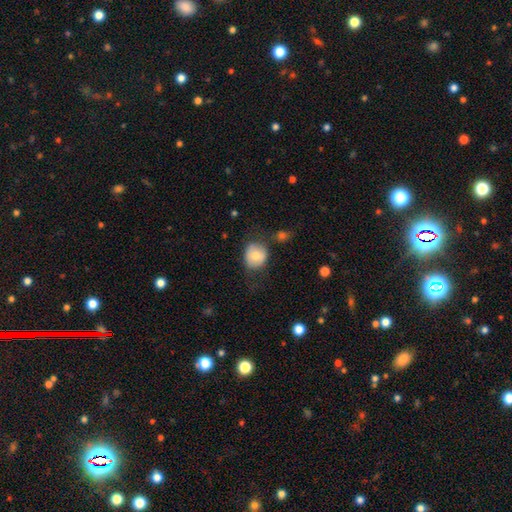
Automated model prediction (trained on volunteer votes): A smooth galaxy with no disk features (69%) that is round (72%).

Vote fractions:
- Smooth or featured? smooth: 69% / featured or disk: 23% / star or artifact: 8%
- How rounded? round: 72% / in between: 27% / cigar-shaped: 1%
- Merging? none: 59% / minor disturbance: 24% / major disturbance: 11% / merger: 6%